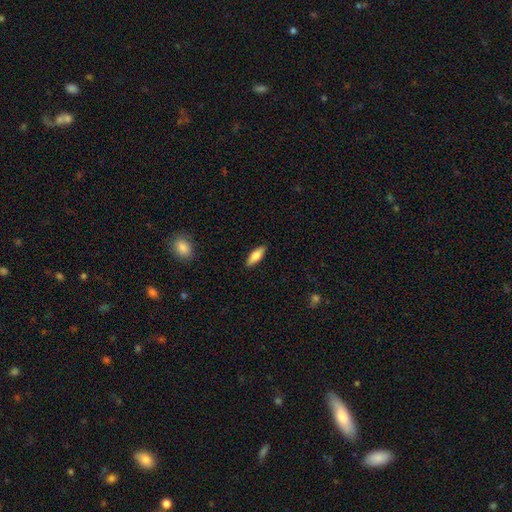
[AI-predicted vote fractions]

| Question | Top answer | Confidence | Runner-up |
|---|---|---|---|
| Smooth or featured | smooth | 82% | featured or disk (12%) |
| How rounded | in between | 66% | cigar-shaped (32%) |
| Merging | none | 88% | minor disturbance (9%) |